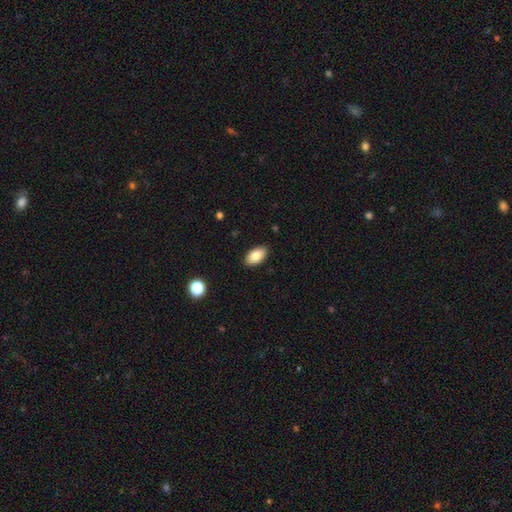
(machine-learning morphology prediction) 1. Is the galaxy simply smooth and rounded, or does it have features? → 83% smooth, 9% featured or disk, 8% star or artifact.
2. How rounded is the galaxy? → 93% in between, 5% round, 2% cigar-shaped.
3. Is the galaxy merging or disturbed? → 89% none, 8% minor disturbance, 2% major disturbance, 1% merger.